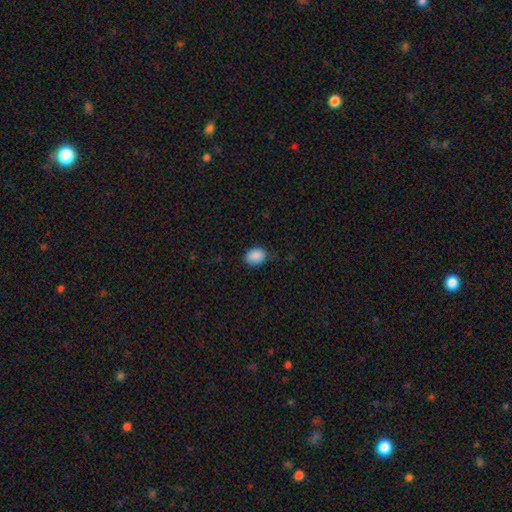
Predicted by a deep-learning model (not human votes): Q: Smooth or featured?
A: smooth (88%); runner-up: star or artifact (8%)
Q: How rounded?
A: in between (65%); runner-up: round (34%)
Q: Merging?
A: none (70%); runner-up: minor disturbance (24%)